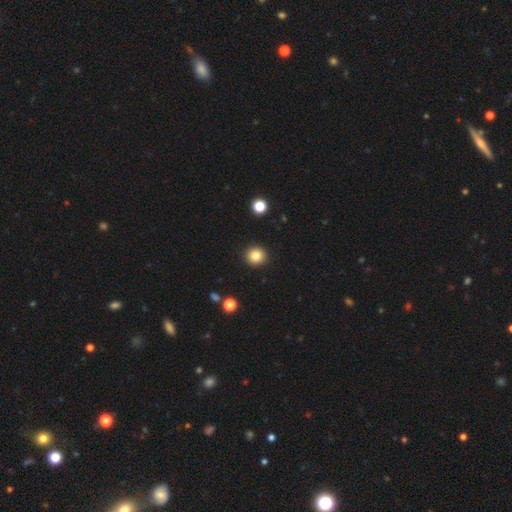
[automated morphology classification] Q: Smooth or featured?
A: smooth (84%); runner-up: star or artifact (11%)
Q: How rounded?
A: round (92%); runner-up: in between (7%)
Q: Merging?
A: none (92%); runner-up: minor disturbance (5%)